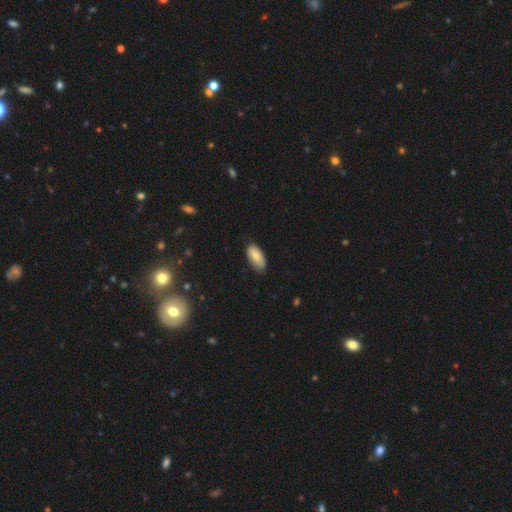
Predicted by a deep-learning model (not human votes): A smooth galaxy with no disk features (82%) that is in between round and cigar-shaped (90%). Merging: none (72%).